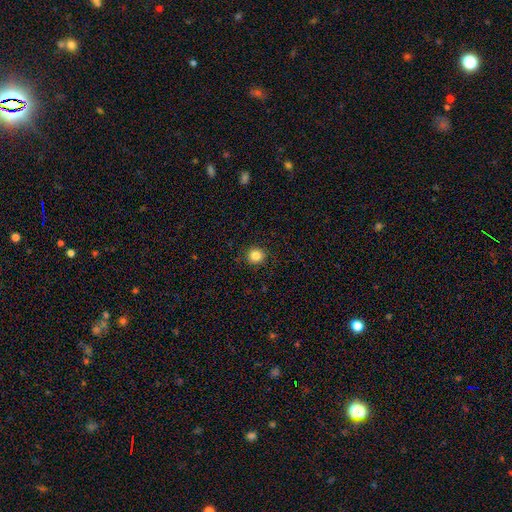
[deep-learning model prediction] Smooth or featured: smooth — 84% (star or artifact — 11%)
How rounded: round — 92% (in between — 7%)
Merging: none — 91% (minor disturbance — 6%)